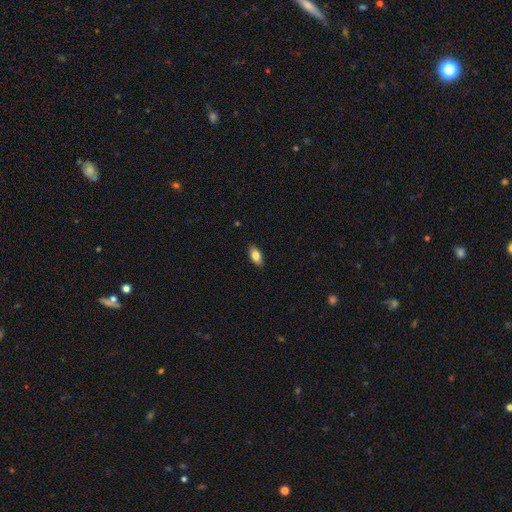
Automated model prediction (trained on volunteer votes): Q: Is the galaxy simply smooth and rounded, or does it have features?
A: smooth — 80%.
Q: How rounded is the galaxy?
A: in between — 89%.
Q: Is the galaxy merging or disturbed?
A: none — 88%.